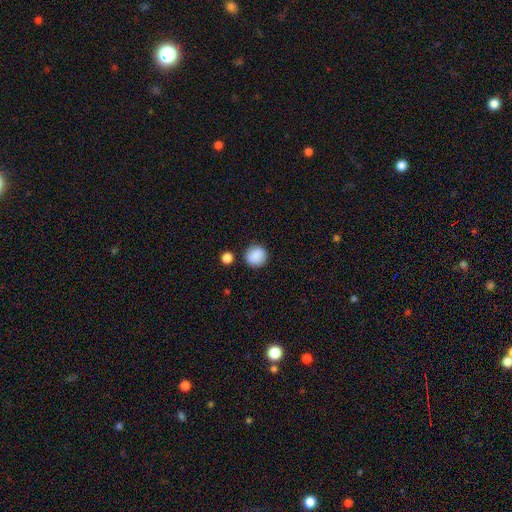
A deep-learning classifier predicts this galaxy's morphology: This appears to be a smooth galaxy with no disk features (88%) that is round (92%). Merging: none (85%).